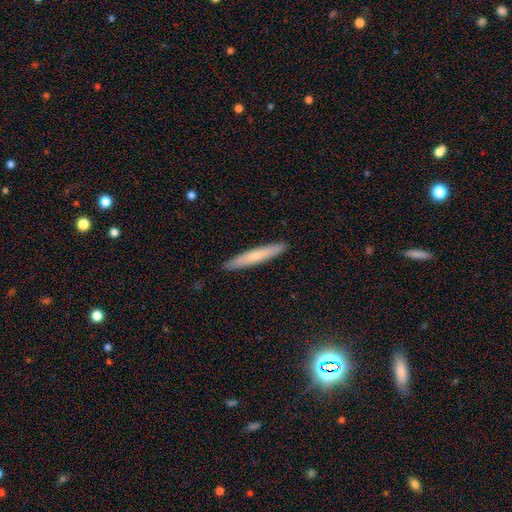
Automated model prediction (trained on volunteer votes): A smooth galaxy with no disk features (62%) that is cigar-shaped (94%). Merging: none (91%).